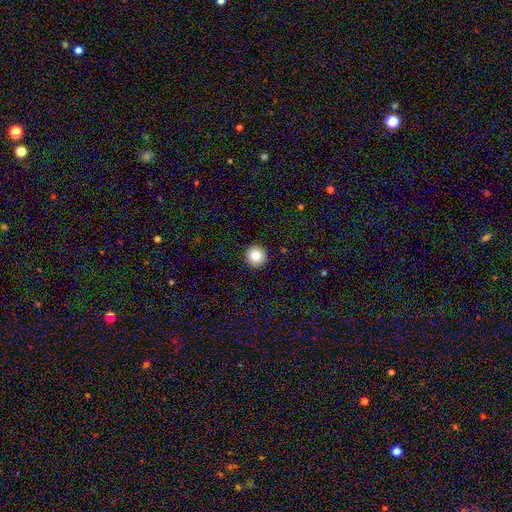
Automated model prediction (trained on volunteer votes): smooth_or_featured: smooth (p=0.83) [alt: star or artifact p=0.10]
how_rounded: round (p=0.96) [alt: in between p=0.03]
merging: none (p=0.93) [alt: minor disturbance p=0.04]